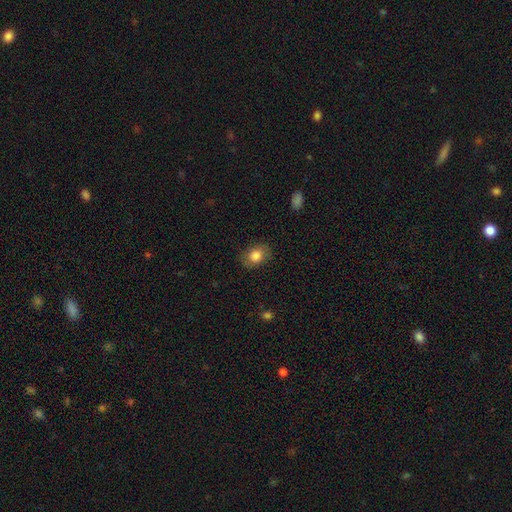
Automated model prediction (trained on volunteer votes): This is clearly a smooth galaxy (82%). How rounded: likely in between (65%). Merging: clearly none (83%).